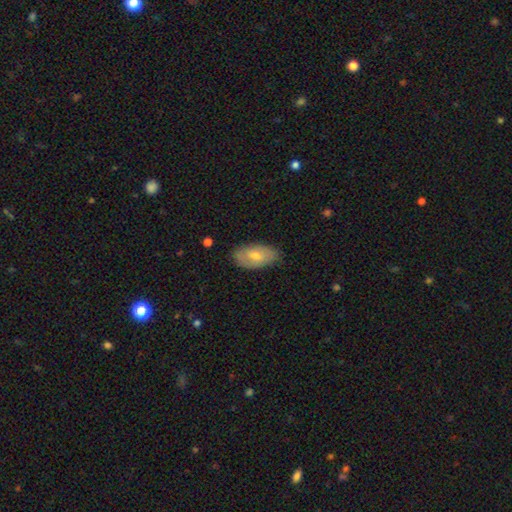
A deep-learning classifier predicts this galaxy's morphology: The model was most divided on "smooth or featured": smooth: 56%, featured or disk: 38%, star or artifact: 7%. More confident: how rounded — in between (92%); merging — none (79%).